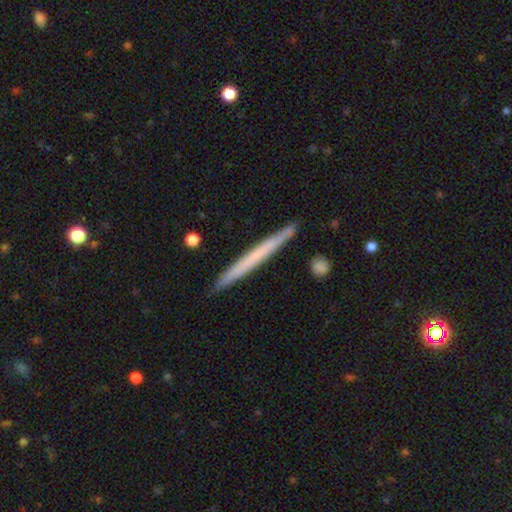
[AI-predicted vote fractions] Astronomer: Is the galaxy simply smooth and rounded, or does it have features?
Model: smooth — 52% (runner-up: featured or disk, 43%).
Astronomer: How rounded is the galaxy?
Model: cigar-shaped — 97%.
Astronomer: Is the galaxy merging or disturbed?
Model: none — 89%.